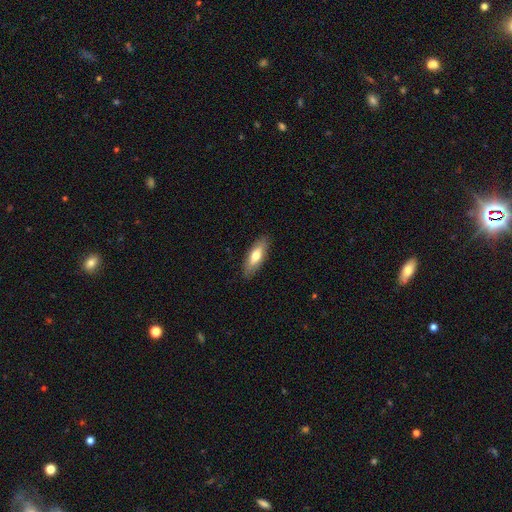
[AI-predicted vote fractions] This is likely a smooth galaxy (69%). How rounded: likely in between (62%). Merging: clearly none (87%).